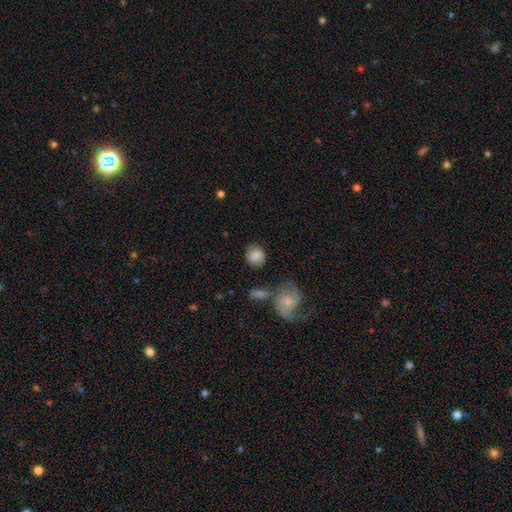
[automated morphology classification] Smooth or featured: smooth — 78% (featured or disk — 14%)
How rounded: round — 75% (in between — 23%)
Merging: none — 73% (minor disturbance — 16%)